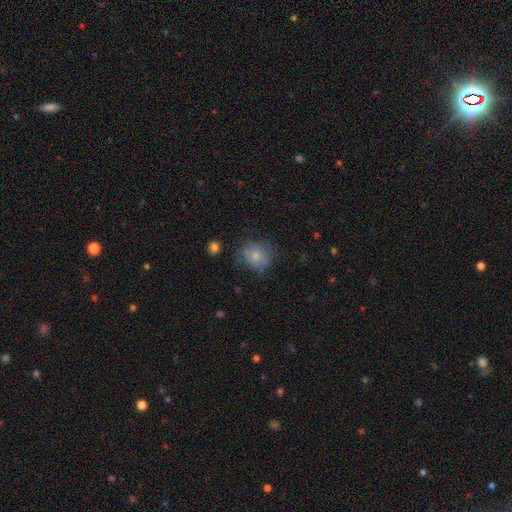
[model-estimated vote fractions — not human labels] Smooth or featured? smooth (76%)
How rounded? round (74%)
Merging? none (67%)